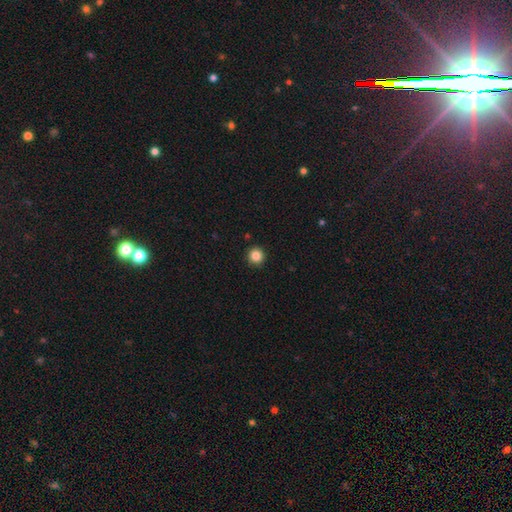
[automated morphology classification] This appears to be a smooth galaxy with no disk features (85%) that is round (95%). Merging: none (93%).